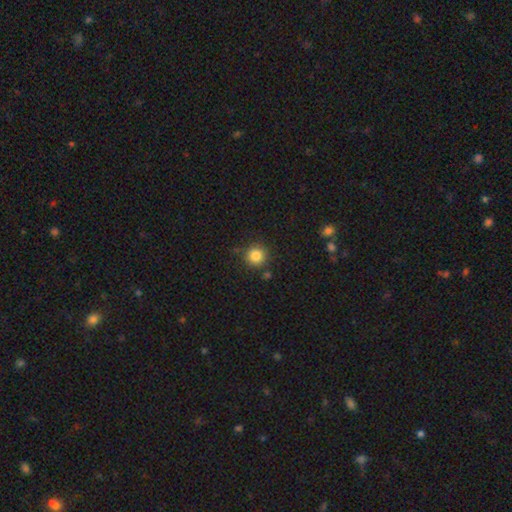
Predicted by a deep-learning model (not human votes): This is clearly a smooth galaxy (84%). How rounded: clearly round (94%). Merging: clearly none (85%).